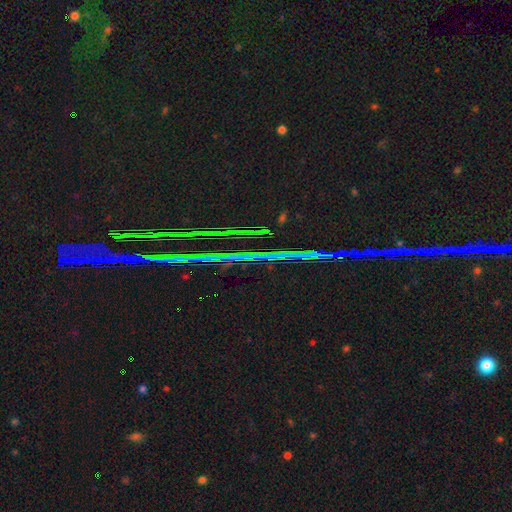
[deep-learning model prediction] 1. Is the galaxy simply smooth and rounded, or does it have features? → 84% star or artifact, 8% featured or disk, 7% smooth.